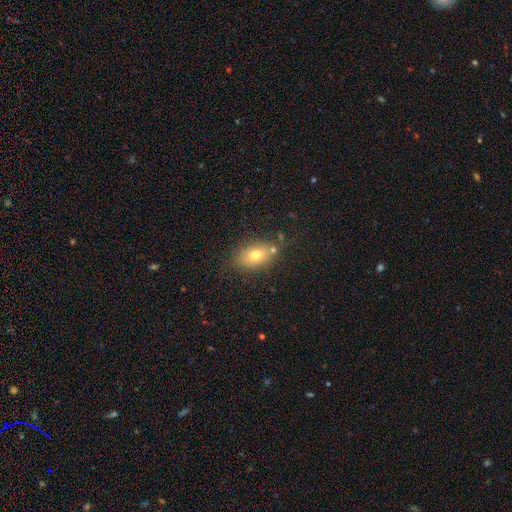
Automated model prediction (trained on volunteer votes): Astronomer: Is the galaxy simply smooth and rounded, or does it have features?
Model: smooth — 74%.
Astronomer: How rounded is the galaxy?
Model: in between — 80%.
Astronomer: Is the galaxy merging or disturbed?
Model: none — 73%.